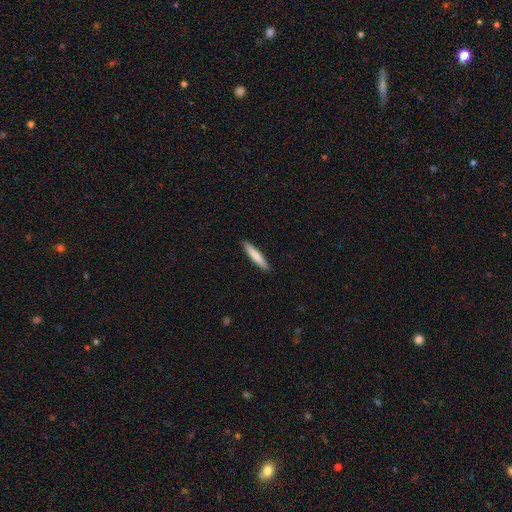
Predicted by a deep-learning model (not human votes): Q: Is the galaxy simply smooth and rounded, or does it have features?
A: smooth — 76%.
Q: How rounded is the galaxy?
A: cigar-shaped — 93%.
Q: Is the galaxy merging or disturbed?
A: none — 92%.